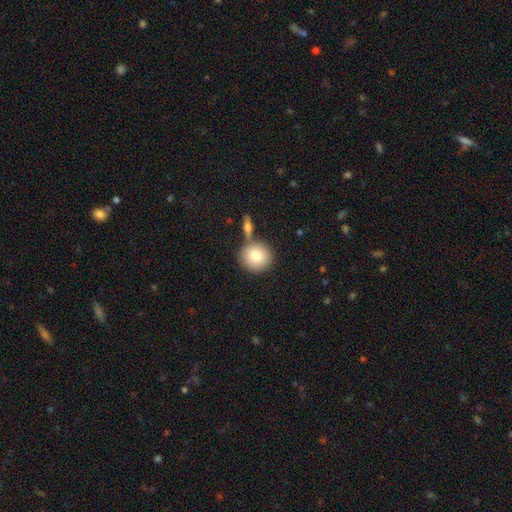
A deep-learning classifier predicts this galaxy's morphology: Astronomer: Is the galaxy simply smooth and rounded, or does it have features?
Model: smooth — 79%.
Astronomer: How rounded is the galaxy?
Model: round — 91%.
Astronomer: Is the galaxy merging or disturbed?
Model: none — 69%.